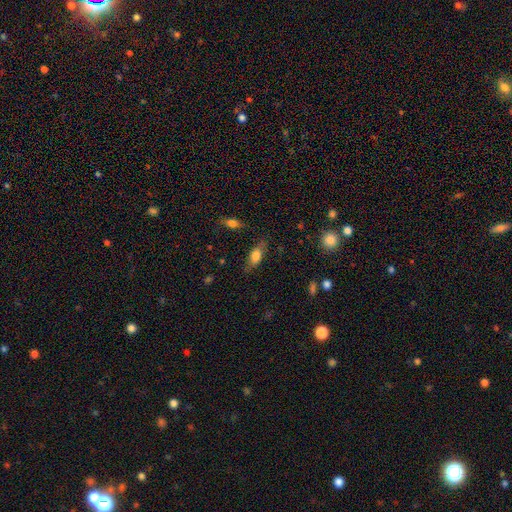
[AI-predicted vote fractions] smooth-or-featured: smooth: 72% | featured or disk: 20% | star or artifact: 8%
  how-rounded: in between: 77% | cigar-shaped: 19% | round: 5%
  merging: none: 75% | minor disturbance: 18% | major disturbance: 5% | merger: 2%